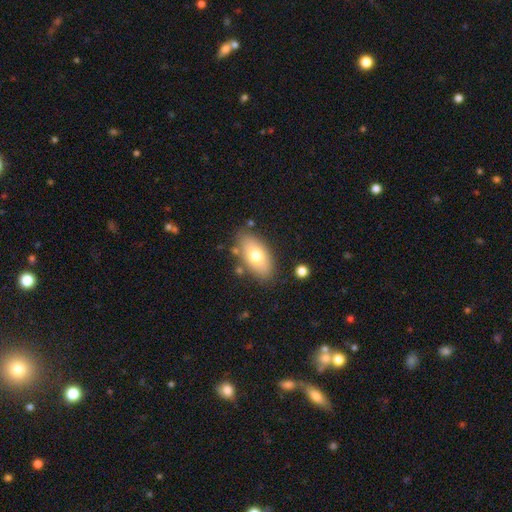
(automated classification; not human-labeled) Smooth or featured: smooth — 70% (featured or disk — 23%)
How rounded: in between — 90% (cigar-shaped — 5%)
Merging: none — 80% (minor disturbance — 13%)